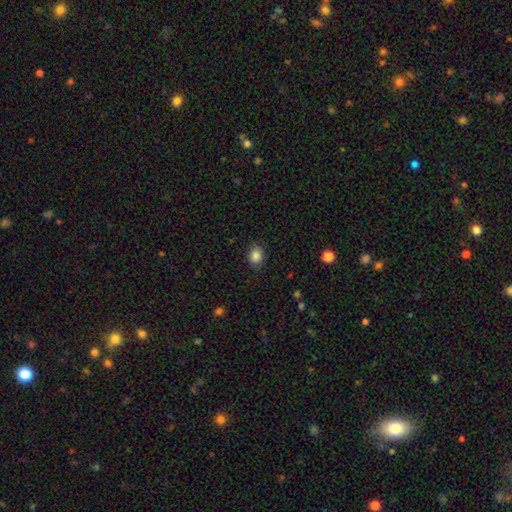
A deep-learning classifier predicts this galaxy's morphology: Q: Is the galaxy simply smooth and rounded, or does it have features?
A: smooth — 86%.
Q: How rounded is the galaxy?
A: in between — 53%.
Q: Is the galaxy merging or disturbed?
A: none — 87%.